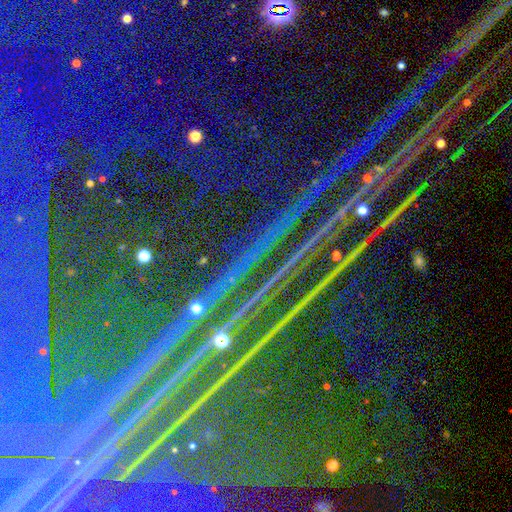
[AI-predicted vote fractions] Q: Smooth or featured?
A: star or artifact (90%); runner-up: featured or disk (6%)